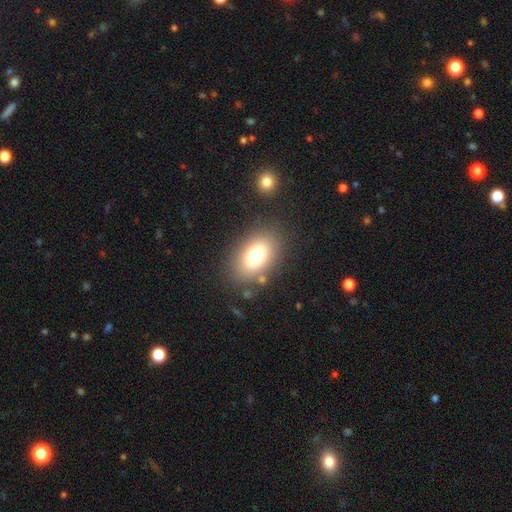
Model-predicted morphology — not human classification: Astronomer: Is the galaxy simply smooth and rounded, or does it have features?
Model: smooth — 75%.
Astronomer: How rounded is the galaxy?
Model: in between — 87%.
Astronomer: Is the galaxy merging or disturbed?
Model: none — 80%.